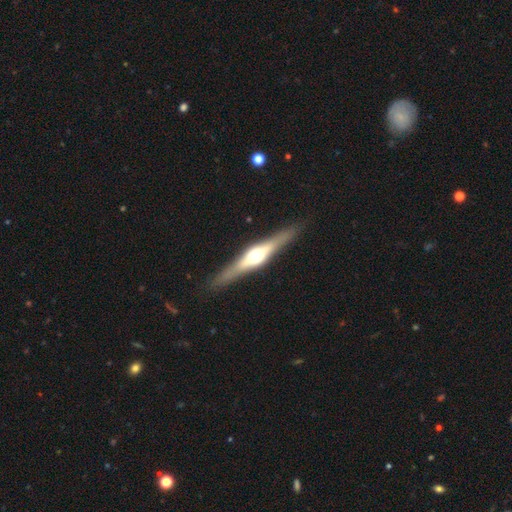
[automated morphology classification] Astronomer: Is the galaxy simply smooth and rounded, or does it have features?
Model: featured or disk — 74%.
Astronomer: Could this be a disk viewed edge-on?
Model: yes — 97%.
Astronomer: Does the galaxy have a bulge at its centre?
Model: rounded — 92%.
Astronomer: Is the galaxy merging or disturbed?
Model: none — 89%.